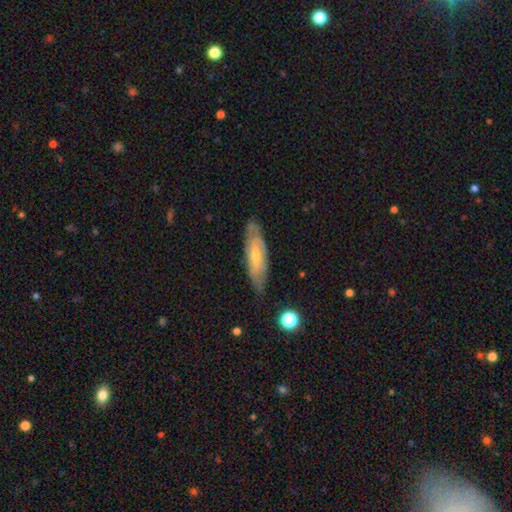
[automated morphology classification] smooth-or-featured: featured or disk: 65% | smooth: 29% | star or artifact: 6%
  disk-edge-on: no: 71% | yes: 29%
  merging: none: 76% | minor disturbance: 18% | major disturbance: 4% | merger: 2%